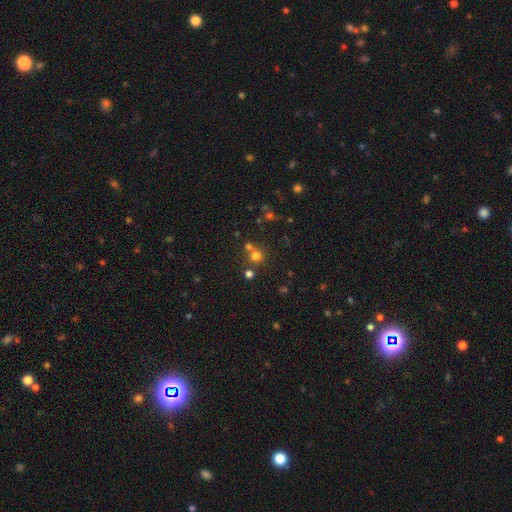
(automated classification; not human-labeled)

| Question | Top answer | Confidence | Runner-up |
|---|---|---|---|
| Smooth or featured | smooth | 68% | star or artifact (23%) |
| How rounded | round | 90% | in between (9%) |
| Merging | none | 61% | merger (29%) |